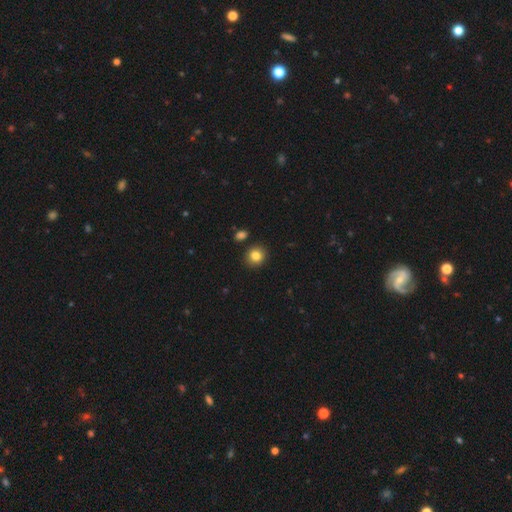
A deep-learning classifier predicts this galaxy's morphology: The model was most divided on "how rounded": round: 81%, in between: 18%, cigar-shaped: 1%. More confident: merging — none (87%); smooth or featured — smooth (84%).